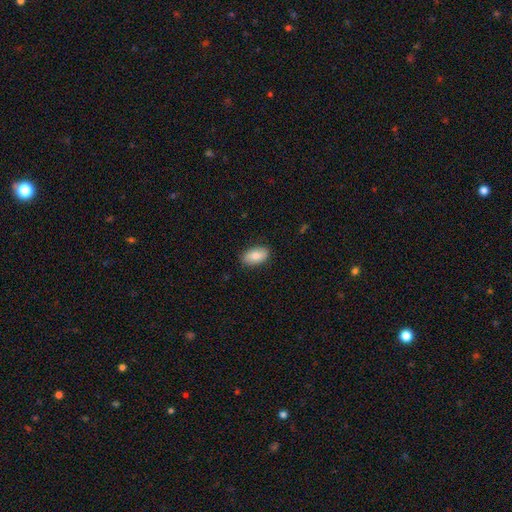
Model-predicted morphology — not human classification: This appears to be a smooth galaxy with no disk features (82%) that is in between round and cigar-shaped (93%). Merging: none (86%).